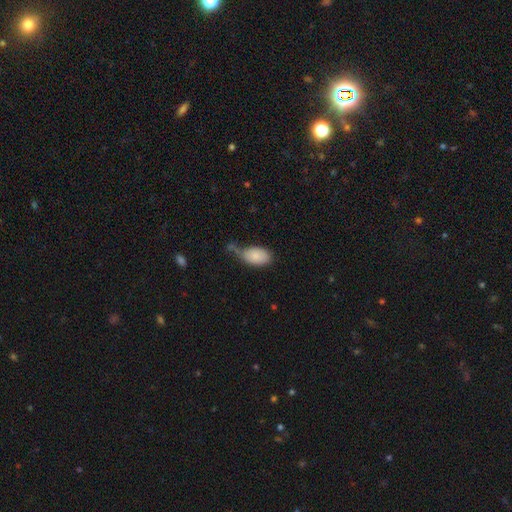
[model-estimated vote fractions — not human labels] The model was most divided on "merging": none: 35%, minor disturbance: 31%, major disturbance: 18%, merger: 15%. More confident: how rounded — in between (92%); smooth or featured — smooth (83%).